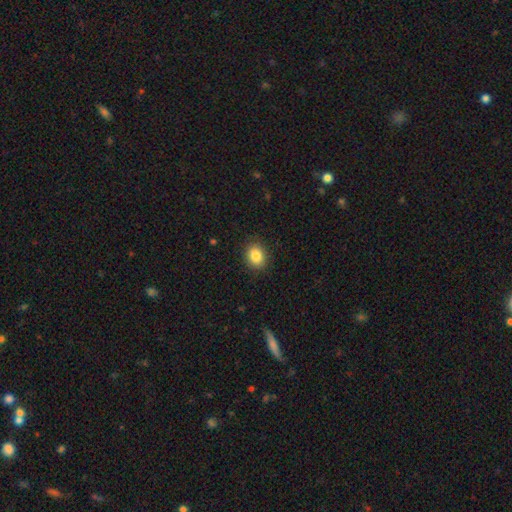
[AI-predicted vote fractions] A smooth galaxy with no disk features (85%) that is round (50%, tied with in between). Merging: none (89%).